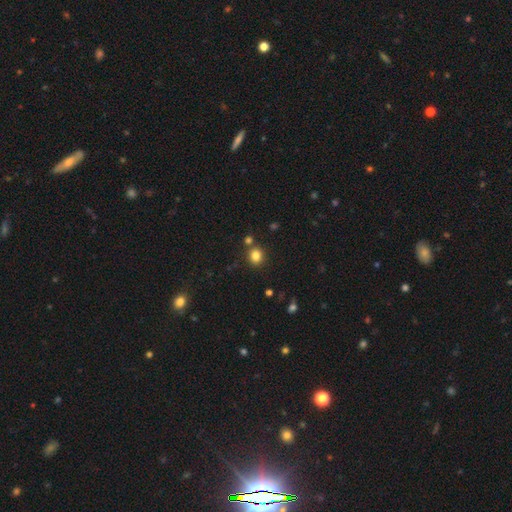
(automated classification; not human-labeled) Smooth or featured: smooth — 82% (star or artifact — 13%)
How rounded: round — 80% (in between — 19%)
Merging: none — 79% (merger — 10%)